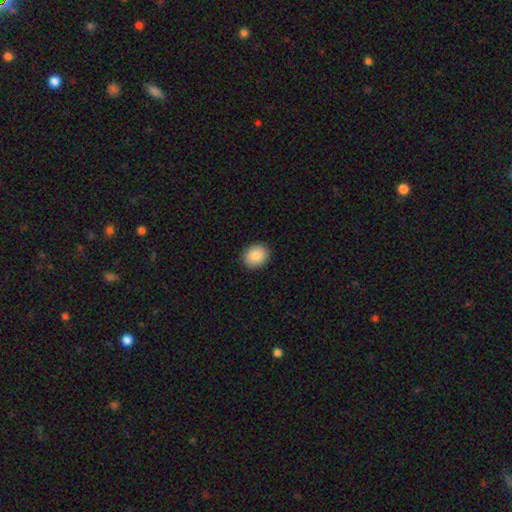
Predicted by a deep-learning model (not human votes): smooth-or-featured: smooth: 87% | star or artifact: 8% | featured or disk: 5%
  how-rounded: round: 57% | in between: 43% | cigar-shaped: 1%
  merging: none: 90% | minor disturbance: 7% | major disturbance: 2% | merger: 1%